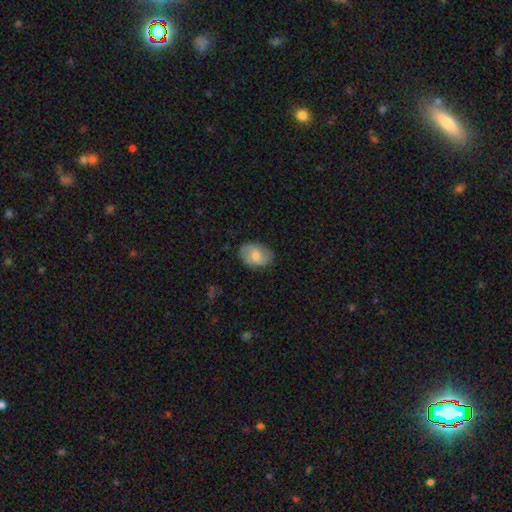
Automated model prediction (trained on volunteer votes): This is possibly a smooth galaxy (58%). How rounded: likely in between (78%). Merging: likely none (78%).